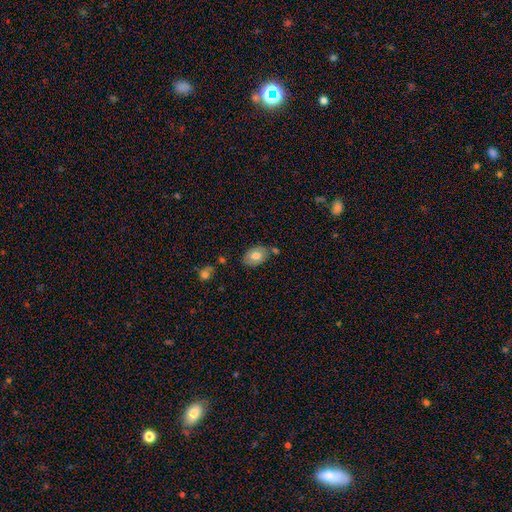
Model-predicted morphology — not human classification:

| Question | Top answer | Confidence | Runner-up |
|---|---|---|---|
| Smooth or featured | smooth | 73% | featured or disk (20%) |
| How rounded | in between | 86% | round (13%) |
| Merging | none | 69% | minor disturbance (18%) |